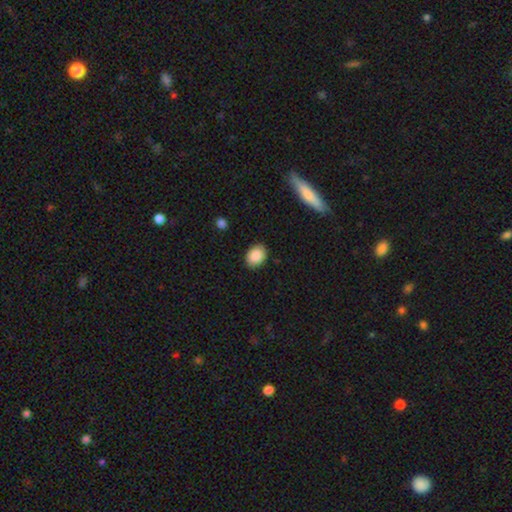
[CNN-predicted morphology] type=smooth (89%); roundness=in between (71%); merging=none (87%).